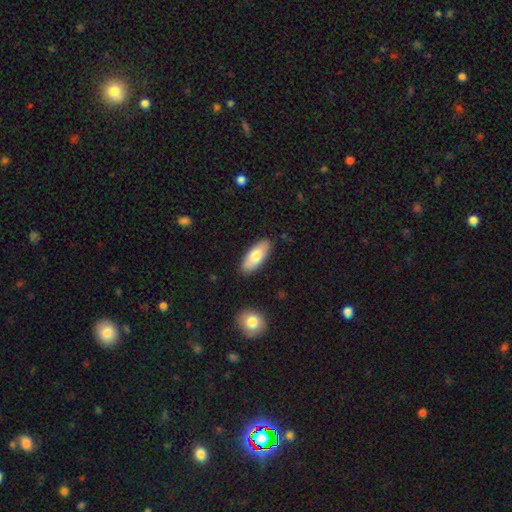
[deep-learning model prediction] smooth 77%, featured or disk 18%, star or artifact 5%. Down the decision tree: how rounded — in between (80%); merging — none (87%).